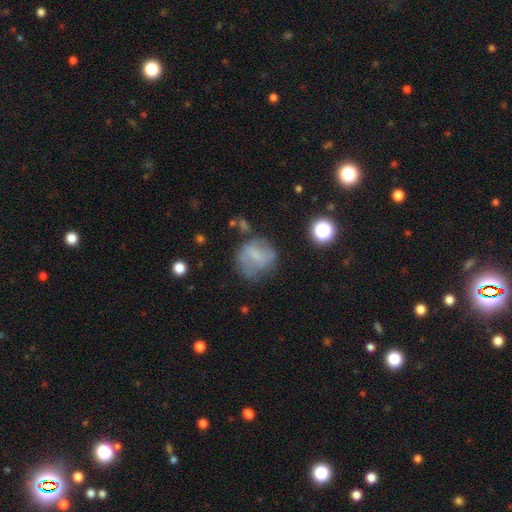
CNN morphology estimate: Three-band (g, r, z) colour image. It shows a smooth galaxy with no disk features (56%) that is round (74%). Merging: none (52%).